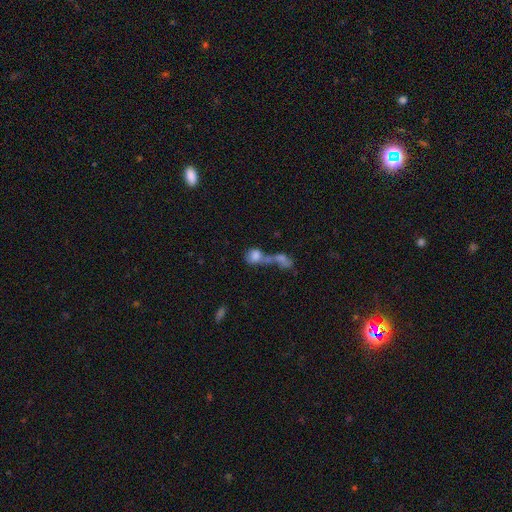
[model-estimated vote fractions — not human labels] smooth_or_featured: smooth (p=0.73) [alt: featured or disk p=0.18]
how_rounded: round (p=0.51) [alt: in between p=0.44]
merging: merger (p=0.69) [alt: none p=0.16]